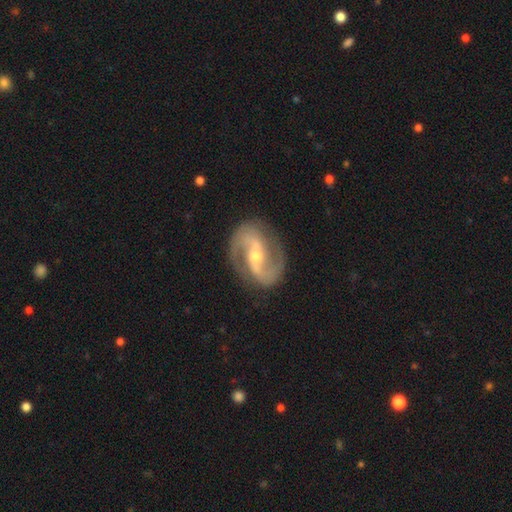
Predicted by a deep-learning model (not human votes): Smooth or featured: featured or disk — 91% (star or artifact — 5%)
Edge-on disk: no — 97% (yes — 3%)
Bar: strong — 39% (weak — 36%)
Spiral arms: yes — 97% (no — 3%)
Spiral winding: medium — 55% (loose — 24%)
Spiral arm count: 2 — 94% (can't tell — 2%)
Bulge size: small — 53% (moderate — 44%)
Merging: none — 84% (minor disturbance — 11%)